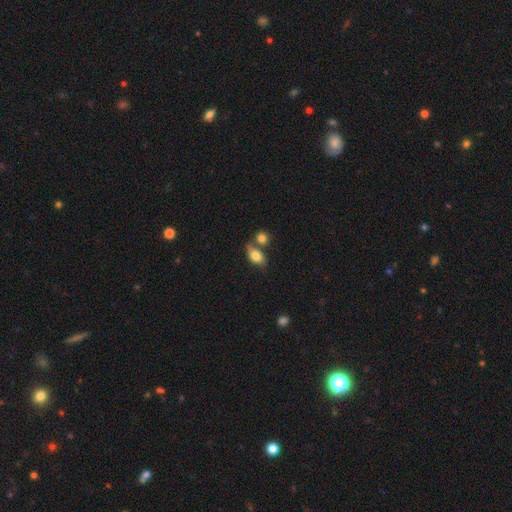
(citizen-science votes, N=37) This appears to be a smooth galaxy with no disk features (78%) that is in between round and cigar-shaped (86%). Merging: none (40%).